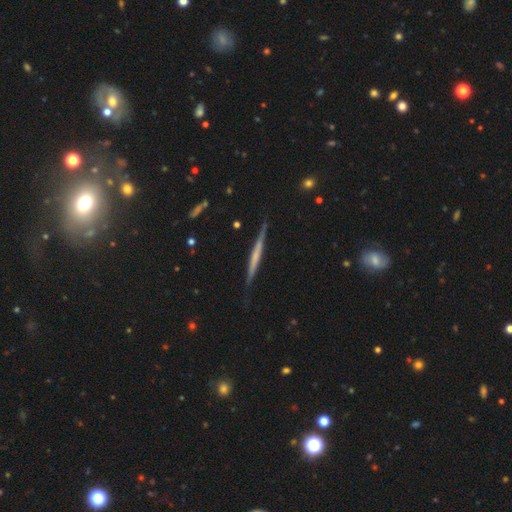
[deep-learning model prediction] Smooth or featured: featured or disk — 60% (smooth — 34%)
Edge-on disk: yes — 97% (no — 3%)
Edge-on bulge: none — 74% (rounded — 16%)
Merging: none — 85% (minor disturbance — 12%)